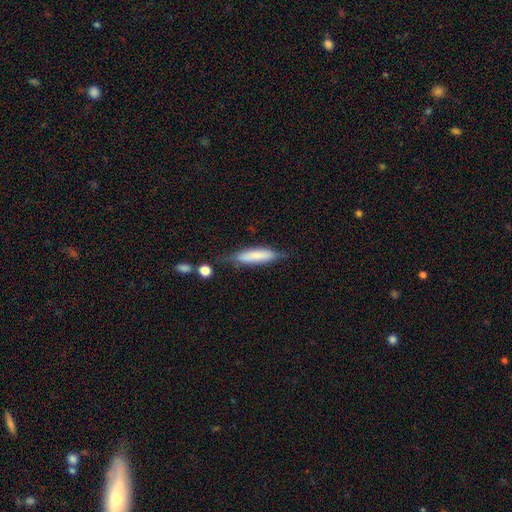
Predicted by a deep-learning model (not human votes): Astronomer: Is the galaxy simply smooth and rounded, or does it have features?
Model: smooth — 71%.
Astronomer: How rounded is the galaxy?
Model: cigar-shaped — 74%.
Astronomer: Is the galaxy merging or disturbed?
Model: none — 66%.